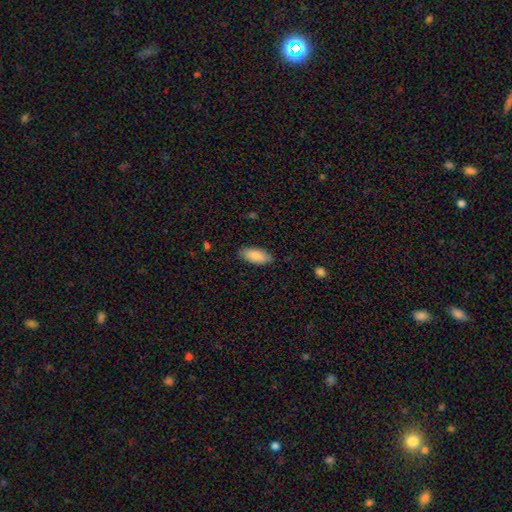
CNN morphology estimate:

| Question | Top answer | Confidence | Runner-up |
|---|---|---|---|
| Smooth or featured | smooth | 86% | featured or disk (8%) |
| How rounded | in between | 86% | cigar-shaped (12%) |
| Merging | none | 86% | minor disturbance (11%) |